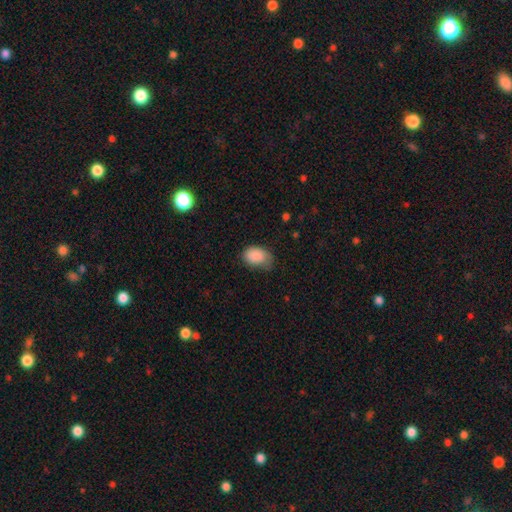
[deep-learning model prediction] Morphology: type=smooth (87%); roundness=in between (85%); merging=none (50%).